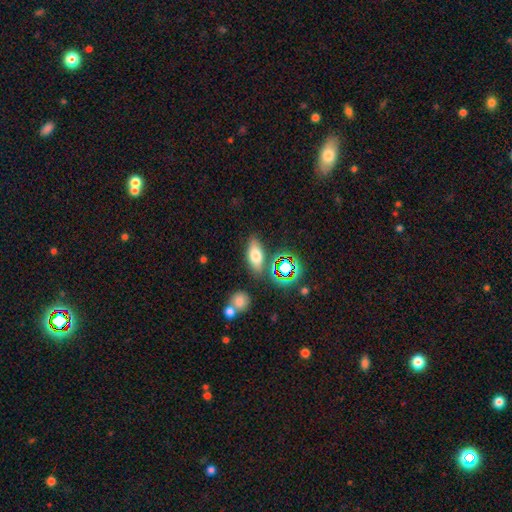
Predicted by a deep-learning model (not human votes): Smooth or featured? smooth (67%)
How rounded? in between (76%)
Merging? none (77%)